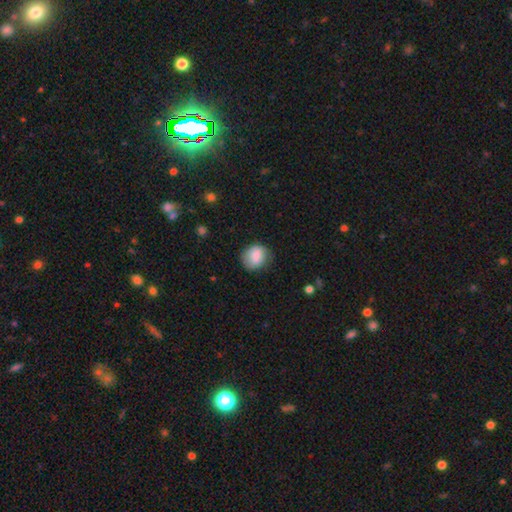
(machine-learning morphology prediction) A smooth galaxy with no disk features (83%) that is round (73%). Merging: none (74%).